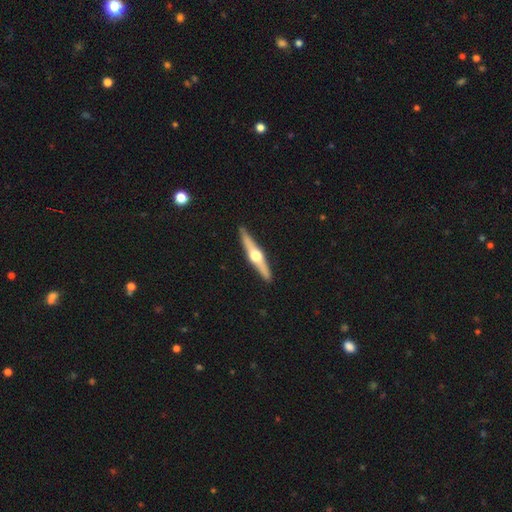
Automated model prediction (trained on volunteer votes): Smooth or featured?
  - featured or disk: 75% *
  - smooth: 20%
  - star or artifact: 5%
Edge-on disk?
  - yes: 97% *
  - no: 3%
Edge-on bulge?
  - rounded: 96% *
  - boxy: 2%
  - none: 2%
Merging?
  - none: 92% *
  - minor disturbance: 6%
  - major disturbance: 1%
  - merger: 1%